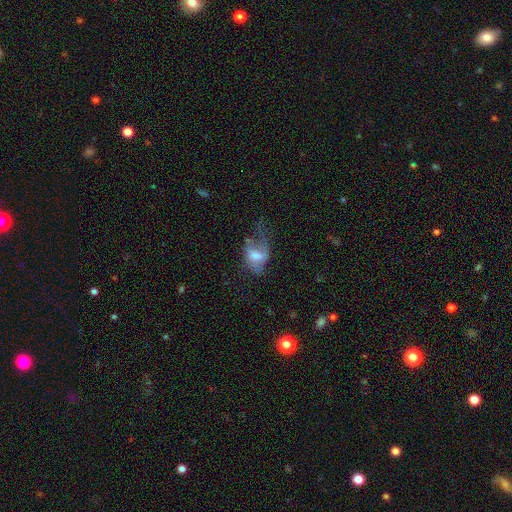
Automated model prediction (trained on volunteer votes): smooth 53%, featured or disk 37%, star or artifact 10%. Down the decision tree: how rounded — in between (83%); merging — major disturbance (54%).